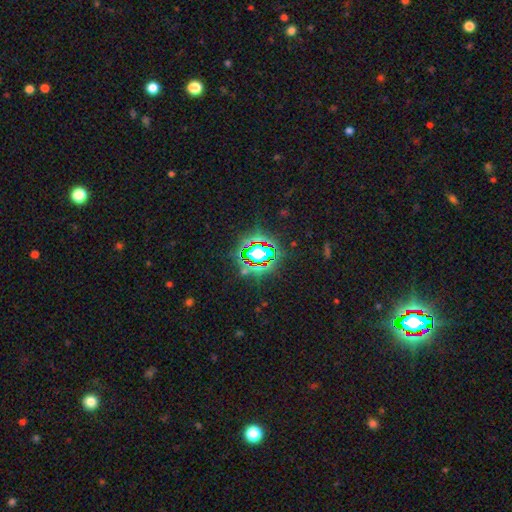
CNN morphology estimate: A star or artifact, not a galaxy (77%).